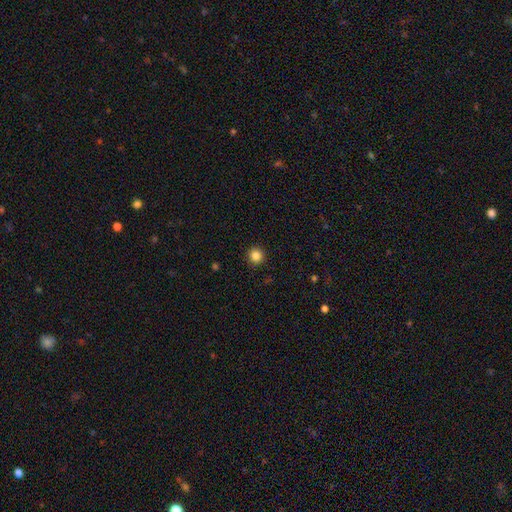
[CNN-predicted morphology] Smooth or featured?
  - smooth: 85% *
  - star or artifact: 11%
  - featured or disk: 4%
How rounded?
  - round: 95% *
  - in between: 4%
  - cigar-shaped: 1%
Merging?
  - none: 93% *
  - minor disturbance: 5%
  - major disturbance: 2%
  - merger: 1%